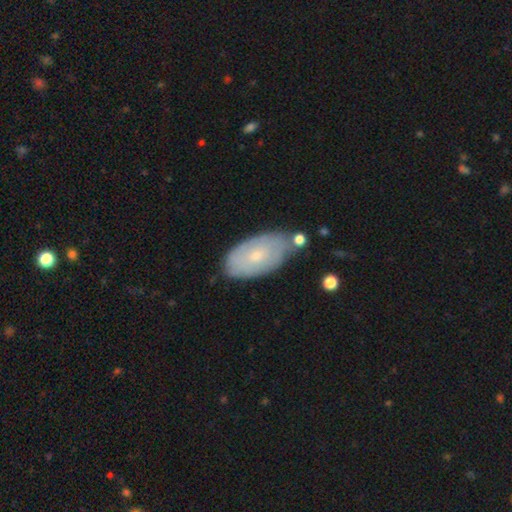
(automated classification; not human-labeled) A smooth galaxy with no disk features (48%).

Vote fractions:
- Smooth or featured? smooth: 48% / featured or disk: 46% / star or artifact: 6%
- Merging? none: 69% / minor disturbance: 20% / merger: 6% / major disturbance: 5%